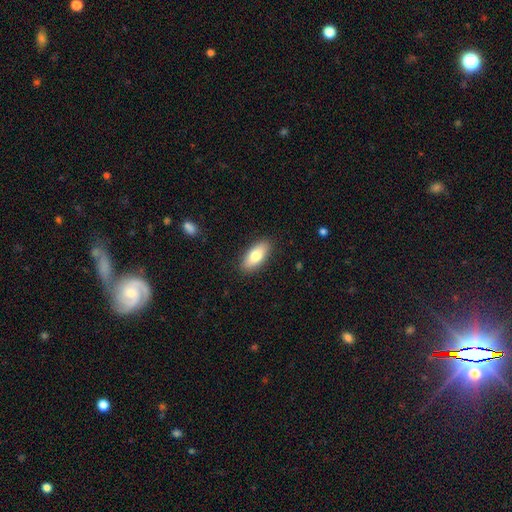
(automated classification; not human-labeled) Smooth or featured?
  - smooth: 78% *
  - featured or disk: 16%
  - star or artifact: 6%
How rounded?
  - in between: 85% *
  - cigar-shaped: 12%
  - round: 2%
Merging?
  - none: 88% *
  - minor disturbance: 9%
  - major disturbance: 2%
  - merger: 1%